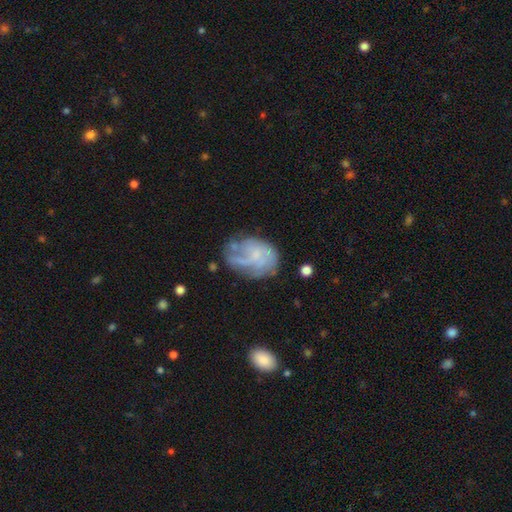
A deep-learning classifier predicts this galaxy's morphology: The model was most divided on "bulge size": none: 49%, small: 35%, moderate: 13%, large: 2%, dominant: 1%. Remaining: edge-on disk — no (98%); bar — no (69%); spiral arms — yes (68%); smooth or featured — featured or disk (62%); merging — none (49%).